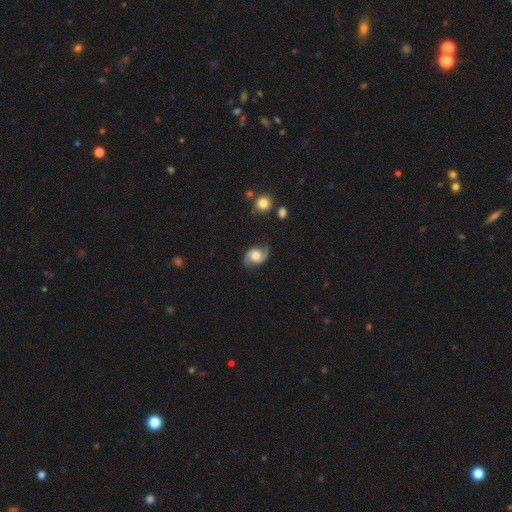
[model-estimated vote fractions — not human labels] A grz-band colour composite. It shows a featured or disk galaxy (82%) with no bar (60%), 2 (93%) medium (49%) spiral arms (96%) and a large central bulge (40%). Merging: none (79%).